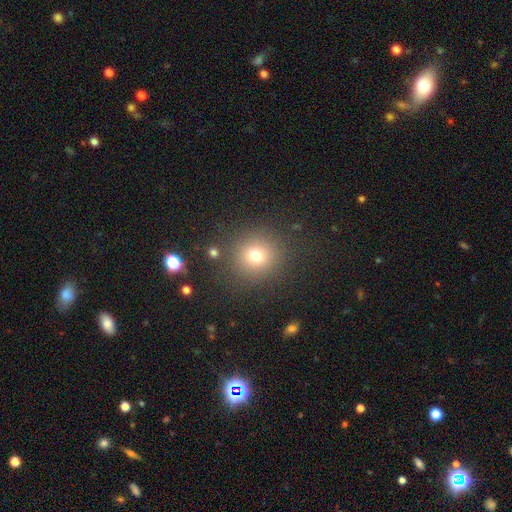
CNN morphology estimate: This is likely a smooth galaxy (73%). How rounded: clearly round (90%). Merging: clearly none (85%).